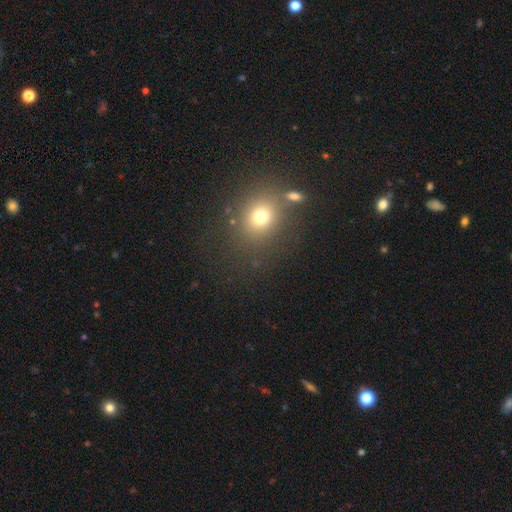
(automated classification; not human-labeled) Smooth or featured? Predicted: smooth (p=0.60). How rounded? Predicted: round (p=0.75). Merging? Predicted: none (p=0.79).